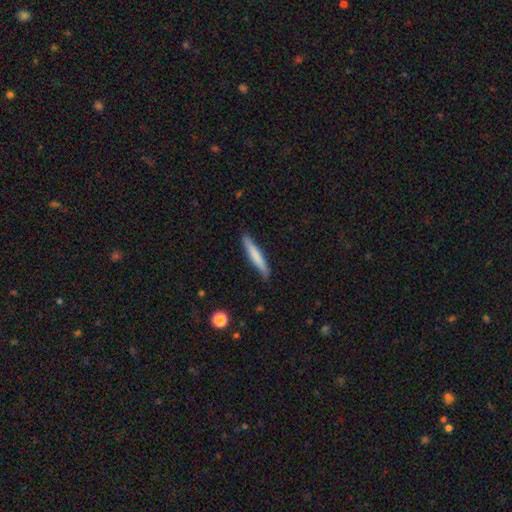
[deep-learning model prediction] smooth_or_featured: smooth (p=0.71) [alt: featured or disk p=0.23]
how_rounded: cigar-shaped (p=0.94) [alt: in between p=0.05]
merging: none (p=0.85) [alt: minor disturbance p=0.12]